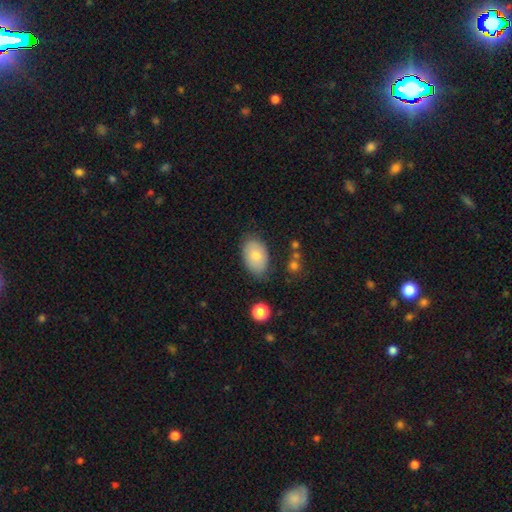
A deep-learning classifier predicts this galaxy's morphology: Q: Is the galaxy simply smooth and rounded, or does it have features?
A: smooth — 78%.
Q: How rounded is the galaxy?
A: in between — 90%.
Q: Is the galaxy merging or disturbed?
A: none — 72%.